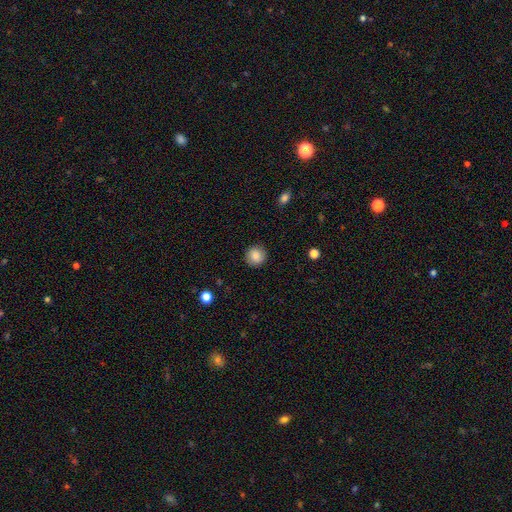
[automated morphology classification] type=smooth (85%); roundness=round (92%); merging=none (90%).